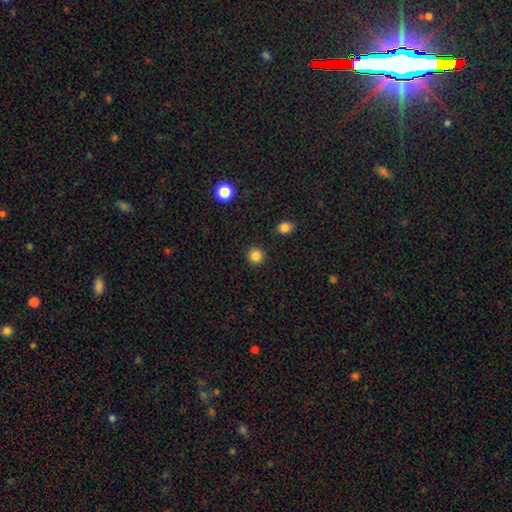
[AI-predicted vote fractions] Morphology: type=smooth (85%); roundness=round (95%); merging=none (92%).